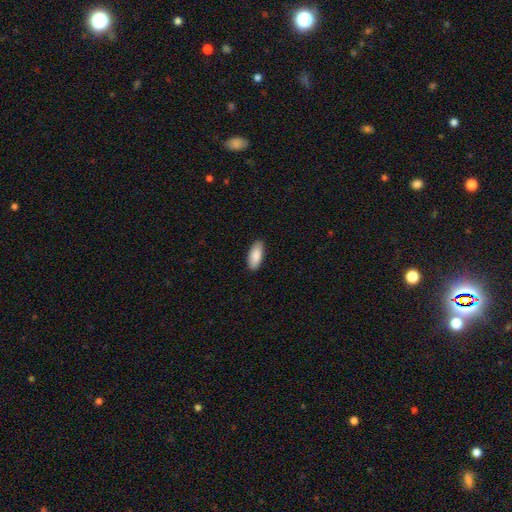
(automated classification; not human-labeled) Overall: smooth (89%). How rounded: in between (84%). Merging: none (88%).